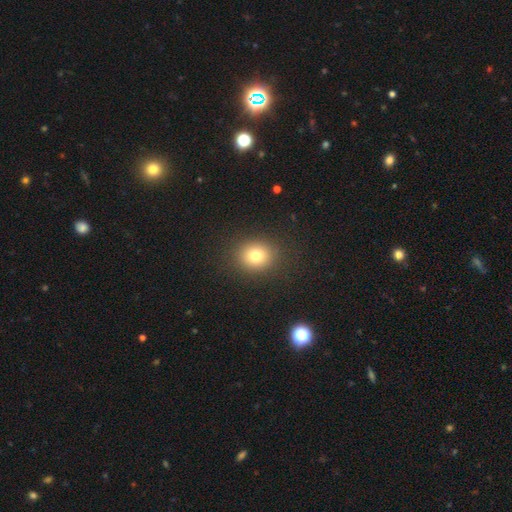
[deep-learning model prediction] Morphology: type=smooth (78%); roundness=round (73%); merging=none (88%).